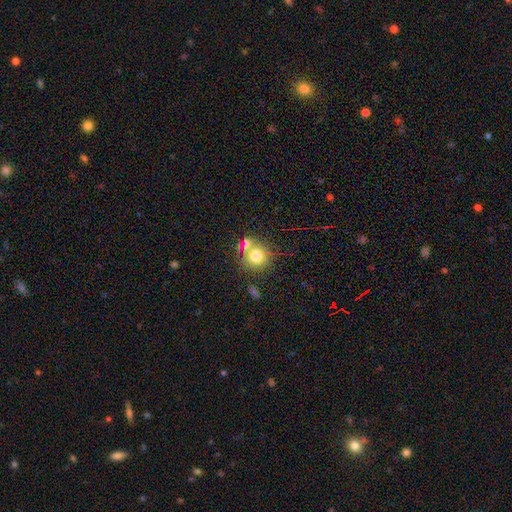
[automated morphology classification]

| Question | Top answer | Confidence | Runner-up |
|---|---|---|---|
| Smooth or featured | smooth | 74% | star or artifact (13%) |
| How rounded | round | 86% | in between (13%) |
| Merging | none | 60% | merger (24%) |